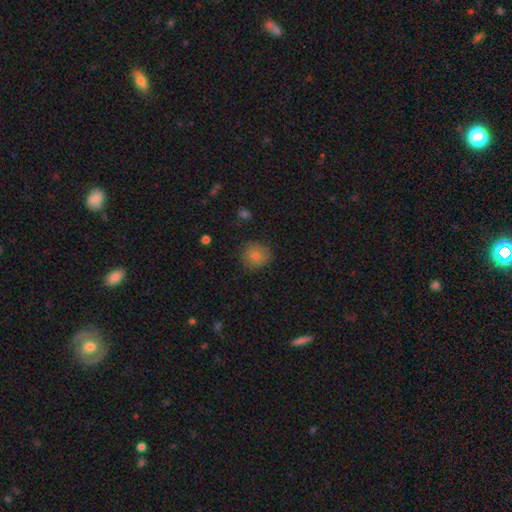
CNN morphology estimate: Overall: smooth (83%). How rounded: round (87%). Merging: none (80%).